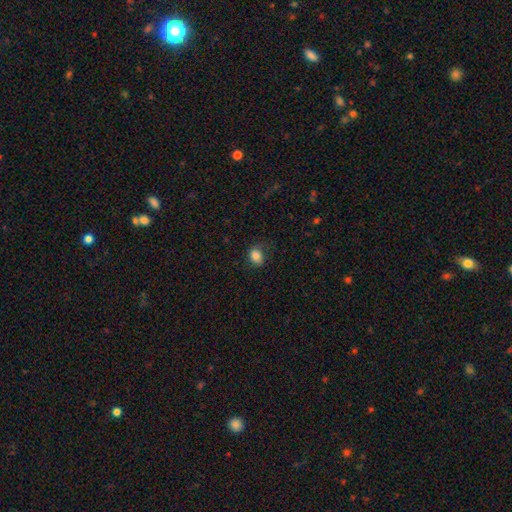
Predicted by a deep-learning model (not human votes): This is clearly a smooth galaxy (82%). How rounded: possibly round (50%). Merging: likely none (64%).